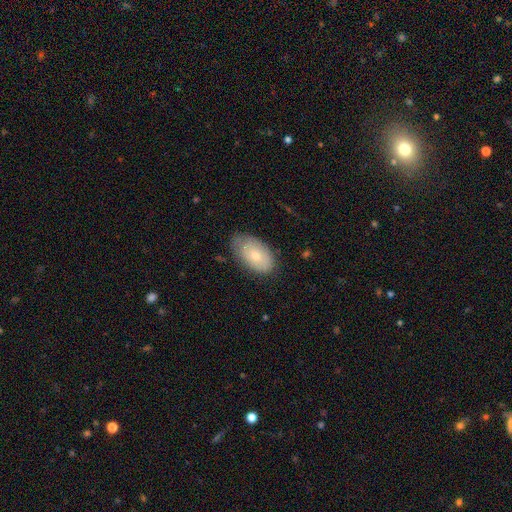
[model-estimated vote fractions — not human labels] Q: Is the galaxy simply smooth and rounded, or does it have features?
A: smooth — 69%.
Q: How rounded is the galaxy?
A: in between — 94%.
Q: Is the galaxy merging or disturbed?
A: none — 70%.